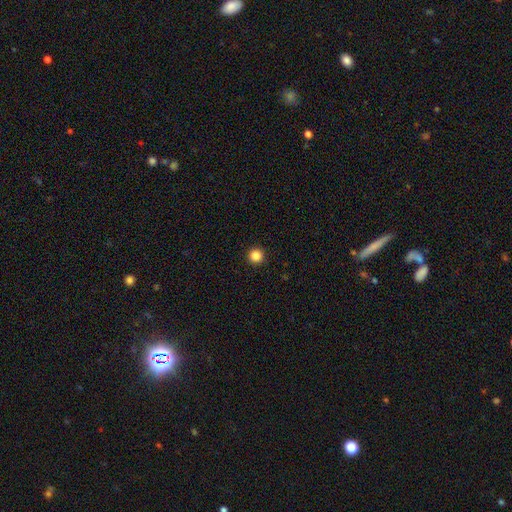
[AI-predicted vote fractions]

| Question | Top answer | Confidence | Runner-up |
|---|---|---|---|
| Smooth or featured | smooth | 86% | star or artifact (11%) |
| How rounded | round | 96% | in between (3%) |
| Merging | none | 94% | minor disturbance (4%) |